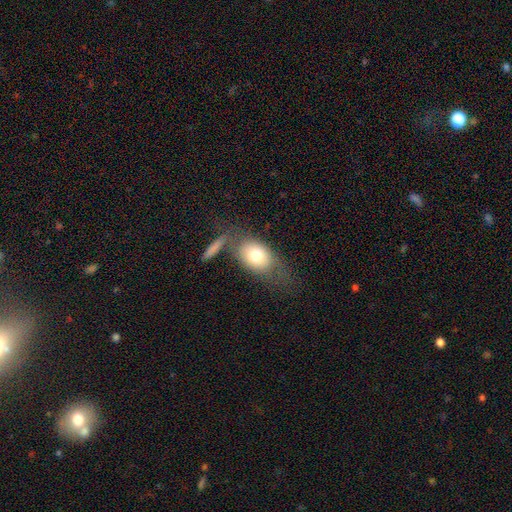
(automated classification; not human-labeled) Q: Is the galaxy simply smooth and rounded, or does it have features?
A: smooth — 73%.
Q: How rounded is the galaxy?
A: in between — 74%.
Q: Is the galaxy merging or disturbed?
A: none — 48%.